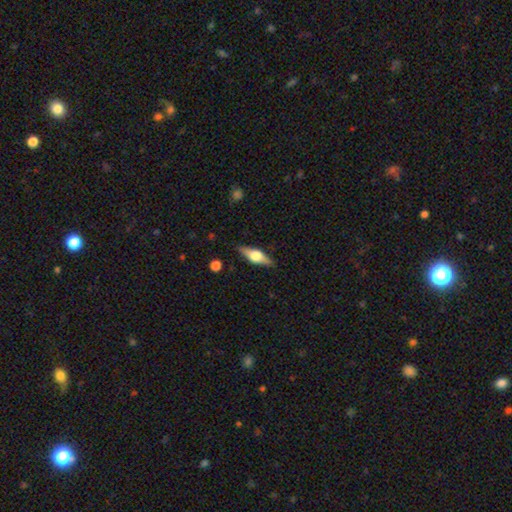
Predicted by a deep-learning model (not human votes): Smooth or featured: featured or disk — 57% (smooth — 37%)
Edge-on disk: yes — 94% (no — 6%)
Edge-on bulge: rounded — 93% (boxy — 6%)
Merging: none — 87% (minor disturbance — 10%)